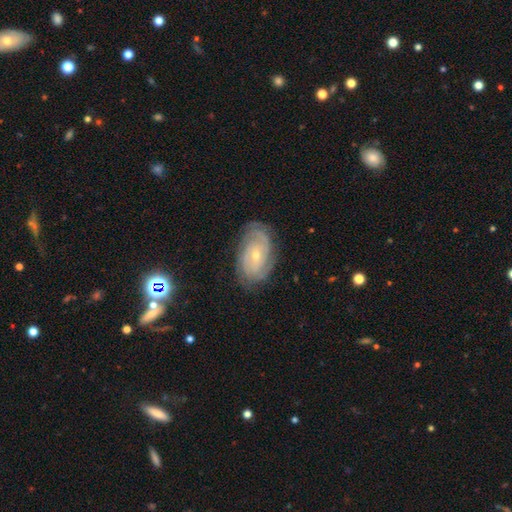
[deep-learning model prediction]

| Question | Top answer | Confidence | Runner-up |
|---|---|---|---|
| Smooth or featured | featured or disk | 83% | smooth (11%) |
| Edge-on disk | no | 96% | yes (4%) |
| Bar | no | 60% | weak (32%) |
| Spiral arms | yes | 94% | no (6%) |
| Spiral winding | tight | 73% | medium (22%) |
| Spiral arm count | can't tell | 35% | 2 (31%) |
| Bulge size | small | 68% | moderate (29%) |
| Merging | none | 78% | minor disturbance (16%) |